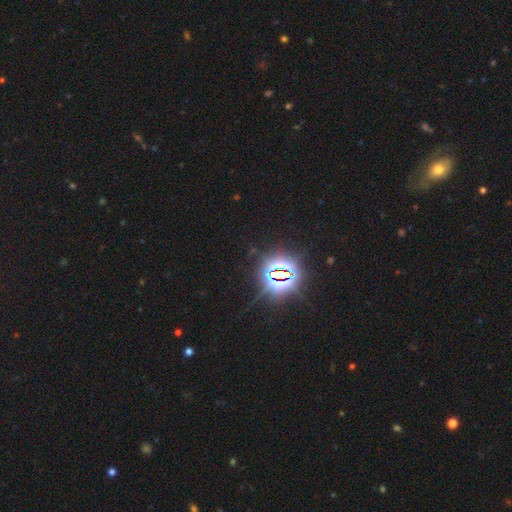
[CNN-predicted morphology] smooth-or-featured: star or artifact: 85% | smooth: 9% | featured or disk: 6%